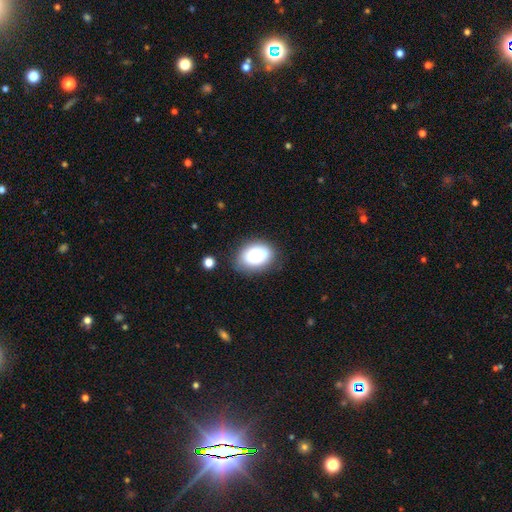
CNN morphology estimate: Smooth or featured: smooth — 79% (featured or disk — 13%)
How rounded: in between — 79% (round — 20%)
Merging: none — 74% (minor disturbance — 18%)